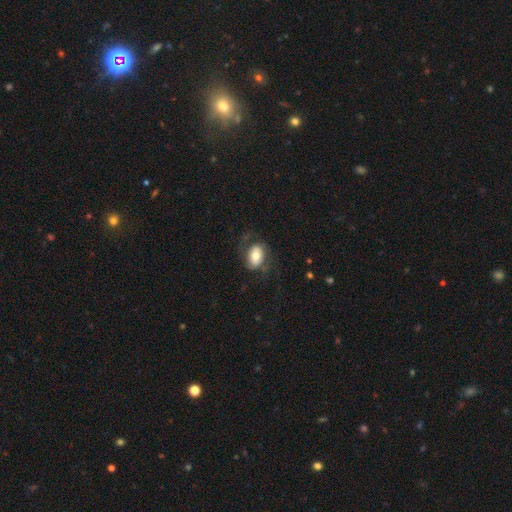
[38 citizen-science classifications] This appears to be a smooth galaxy with no disk features (50%) that is in between round and cigar-shaped (84%). Merging: none (67%).